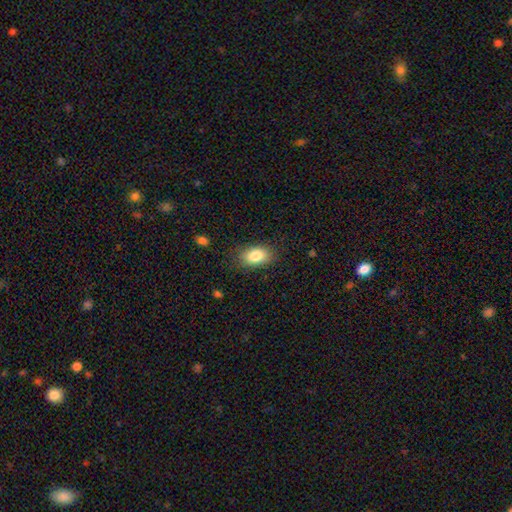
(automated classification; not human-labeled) smooth 83%, featured or disk 9%, star or artifact 8%. Down the decision tree: how rounded — in between (90%); merging — none (83%).